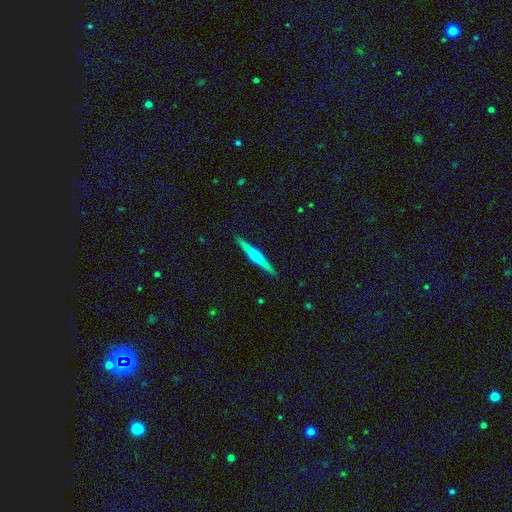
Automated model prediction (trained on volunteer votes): Q: Smooth or featured?
A: featured or disk (76%); runner-up: smooth (19%)
Q: Edge-on disk?
A: yes (98%); runner-up: no (2%)
Q: Edge-on bulge?
A: rounded (92%); runner-up: none (4%)
Q: Merging?
A: none (92%); runner-up: minor disturbance (6%)